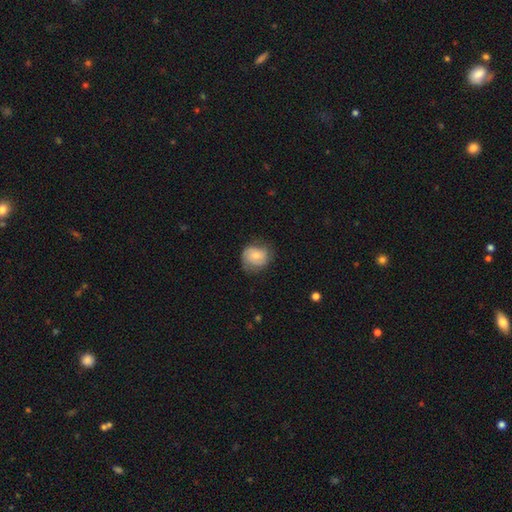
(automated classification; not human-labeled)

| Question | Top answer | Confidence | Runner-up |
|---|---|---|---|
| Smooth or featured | smooth | 53% | featured or disk (40%) |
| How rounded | round | 72% | in between (27%) |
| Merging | none | 63% | minor disturbance (27%) |